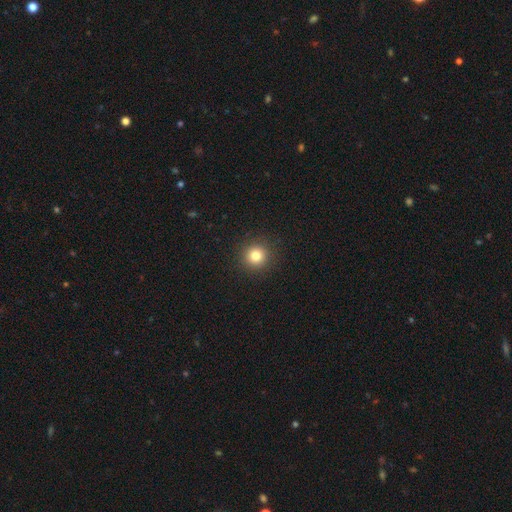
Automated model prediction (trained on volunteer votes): Q: Smooth or featured?
A: smooth (81%); runner-up: star or artifact (13%)
Q: How rounded?
A: round (94%); runner-up: in between (5%)
Q: Merging?
A: none (92%); runner-up: minor disturbance (5%)